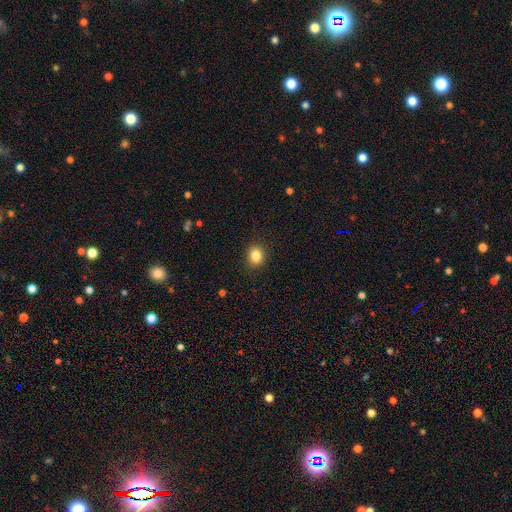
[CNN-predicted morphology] This appears to be a smooth galaxy with no disk features (84%) that is round (63%). Merging: none (89%).